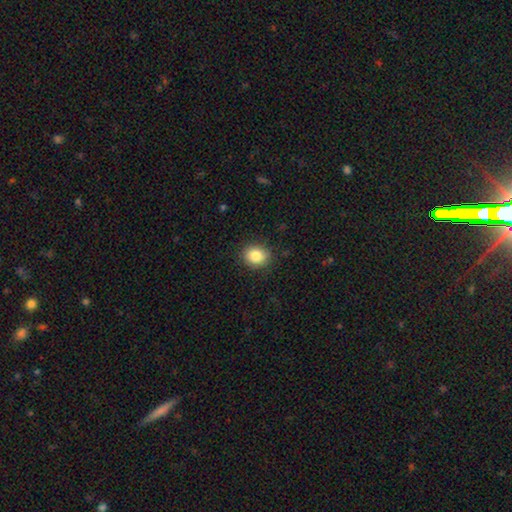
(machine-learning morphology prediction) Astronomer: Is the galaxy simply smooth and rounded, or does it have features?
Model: smooth — 85%.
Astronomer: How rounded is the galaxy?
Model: round — 65%.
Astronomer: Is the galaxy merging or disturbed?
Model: none — 87%.